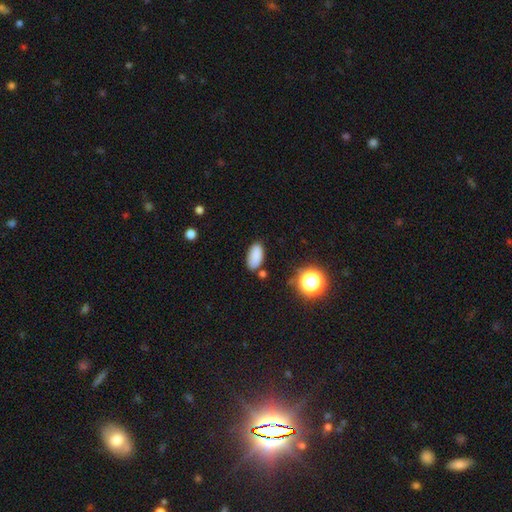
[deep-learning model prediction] Q: Smooth or featured?
A: smooth (84%); runner-up: star or artifact (11%)
Q: How rounded?
A: in between (92%); runner-up: cigar-shaped (5%)
Q: Merging?
A: none (79%); runner-up: minor disturbance (14%)